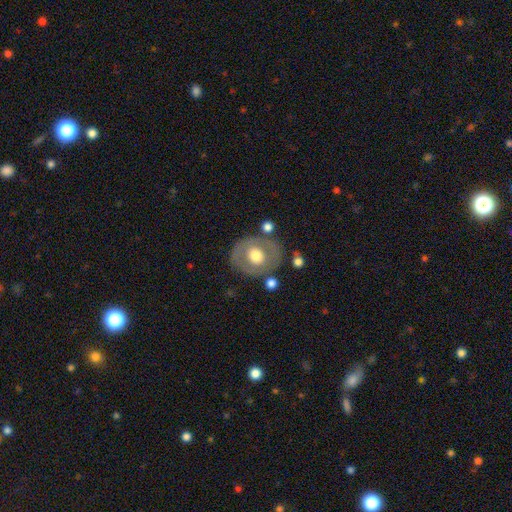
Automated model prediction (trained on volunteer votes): smooth 50%, featured or disk 43%, star or artifact 7%. Down the decision tree: how rounded — round (66%); merging — none (75%).